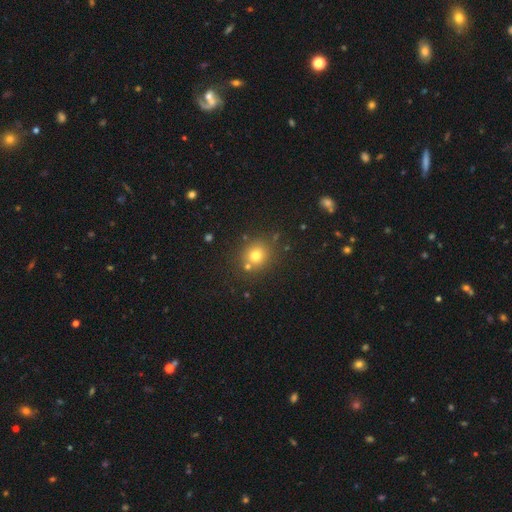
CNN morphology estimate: smooth-or-featured: smooth: 73% | star or artifact: 17% | featured or disk: 10%
  how-rounded: round: 84% | in between: 15% | cigar-shaped: 1%
  merging: none: 77% | merger: 11% | minor disturbance: 9% | major disturbance: 3%